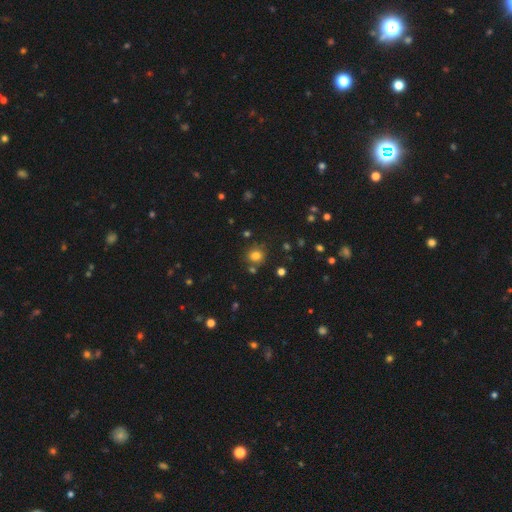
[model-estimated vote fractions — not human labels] Q: Smooth or featured?
A: smooth (78%); runner-up: star or artifact (15%)
Q: How rounded?
A: round (86%); runner-up: in between (13%)
Q: Merging?
A: none (79%); runner-up: minor disturbance (10%)